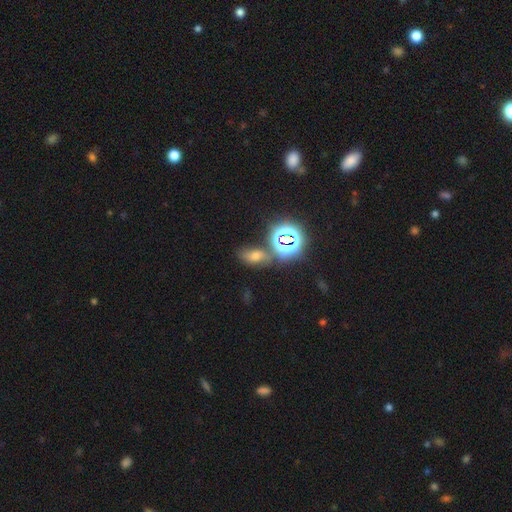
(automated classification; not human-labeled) smooth 45%, star or artifact 40%, featured or disk 14%. Down the decision tree: merging — none (60%).